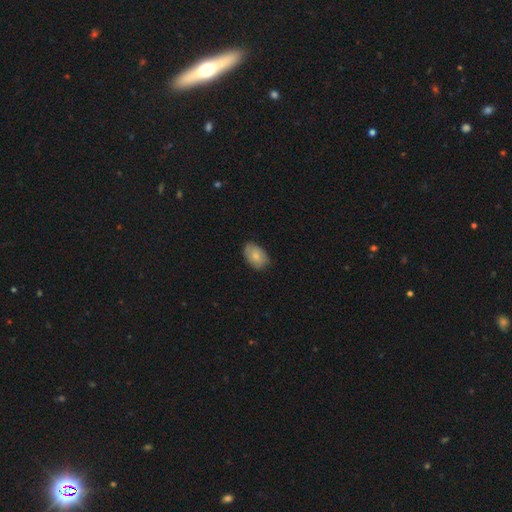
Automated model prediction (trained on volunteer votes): The model was most divided on "merging": none: 81%, minor disturbance: 16%, major disturbance: 3%, merger: 1%. More confident: how rounded — in between (87%); smooth or featured — smooth (81%).